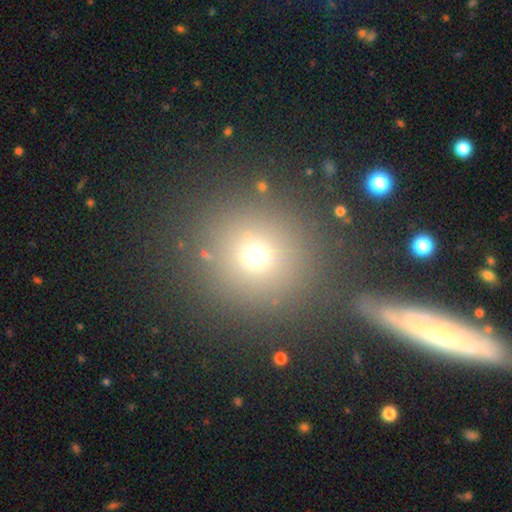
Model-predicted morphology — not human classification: smooth-or-featured: smooth: 68% | star or artifact: 20% | featured or disk: 12%
  how-rounded: round: 91% | in between: 7% | cigar-shaped: 1%
  merging: none: 77% | merger: 9% | minor disturbance: 8% | major disturbance: 5%